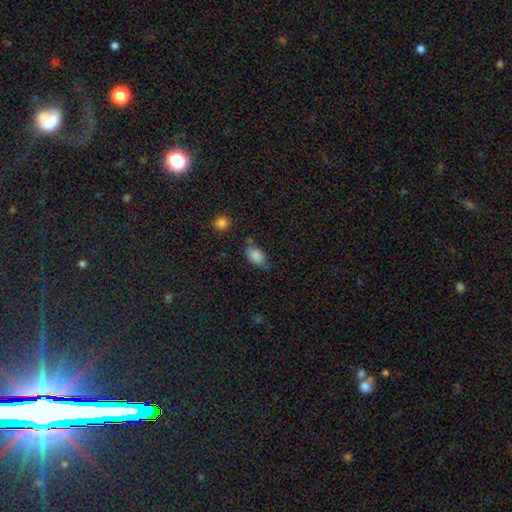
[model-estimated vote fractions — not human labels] Overall: smooth (86%). How rounded: in between (90%). Merging: none (63%; minor disturbance 25%).